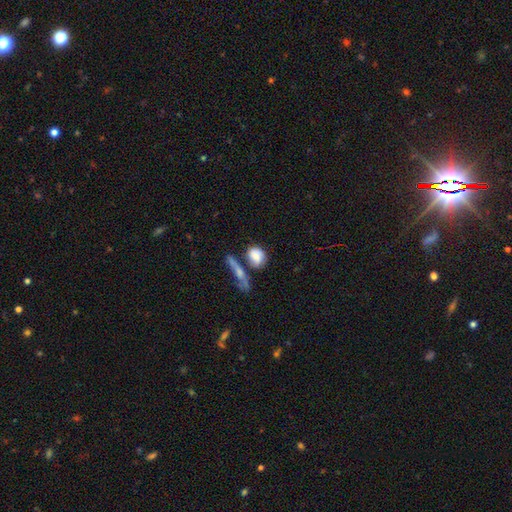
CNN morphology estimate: smooth-or-featured: smooth: 75% | featured or disk: 16% | star or artifact: 8%
  how-rounded: in between: 50% | round: 42% | cigar-shaped: 8%
  merging: none: 42% | merger: 25% | minor disturbance: 22% | major disturbance: 11%